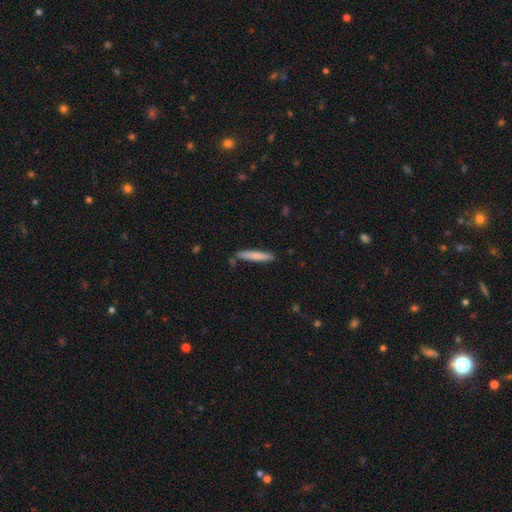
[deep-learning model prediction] A smooth galaxy with no disk features (78%) that is cigar-shaped (93%).

Vote fractions:
- Smooth or featured? smooth: 78% / featured or disk: 16% / star or artifact: 6%
- How rounded? cigar-shaped: 93% / in between: 6% / round: 1%
- Merging? none: 86% / minor disturbance: 10% / merger: 3% / major disturbance: 2%